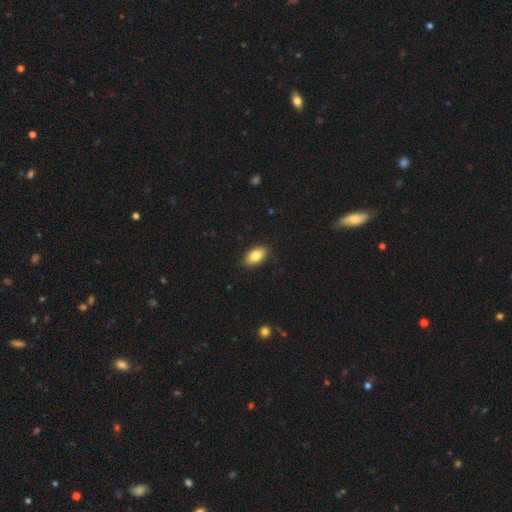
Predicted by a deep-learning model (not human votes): Smooth or featured? smooth (83%)
How rounded? in between (91%)
Merging? none (87%)